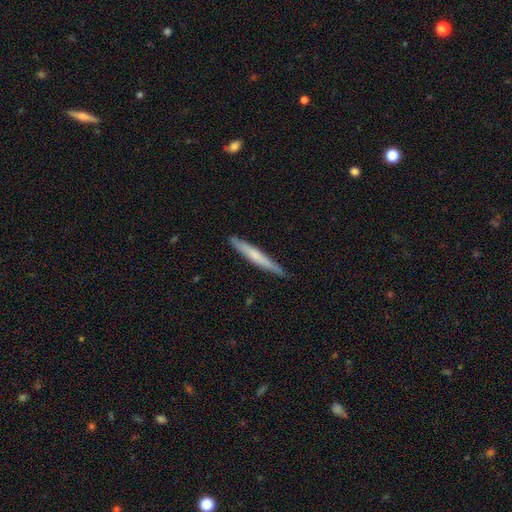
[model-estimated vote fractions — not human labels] smooth_or_featured: smooth (p=0.54) [alt: featured or disk p=0.40]
how_rounded: cigar-shaped (p=0.96) [alt: in between p=0.03]
merging: none (p=0.87) [alt: minor disturbance p=0.10]